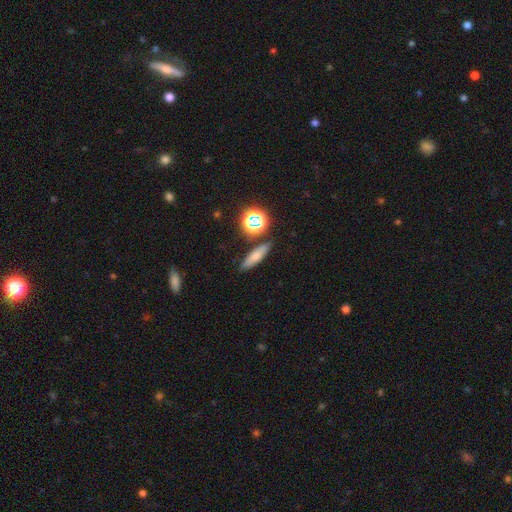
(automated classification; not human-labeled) Q: Smooth or featured?
A: smooth (68%); runner-up: featured or disk (17%)
Q: How rounded?
A: cigar-shaped (61%); runner-up: in between (30%)
Q: Merging?
A: none (83%); runner-up: minor disturbance (10%)